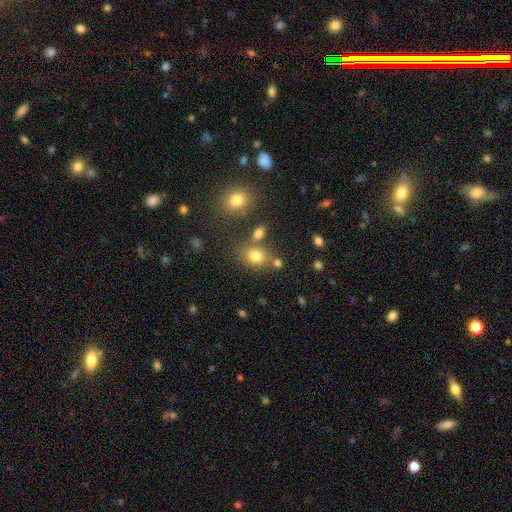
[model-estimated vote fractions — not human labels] Overall: smooth (77%). How rounded: round (49%, tied with in between). Merging: none (65%).